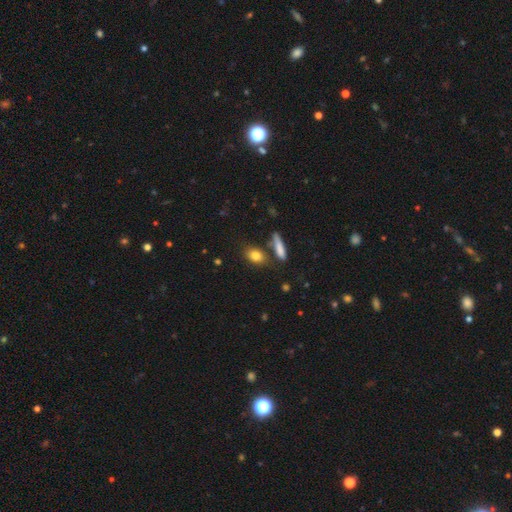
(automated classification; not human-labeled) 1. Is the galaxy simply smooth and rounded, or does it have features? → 82% smooth, 9% featured or disk, 8% star or artifact.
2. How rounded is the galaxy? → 66% in between, 22% round, 12% cigar-shaped.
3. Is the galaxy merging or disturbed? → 68% none, 15% merger, 13% minor disturbance, 4% major disturbance.